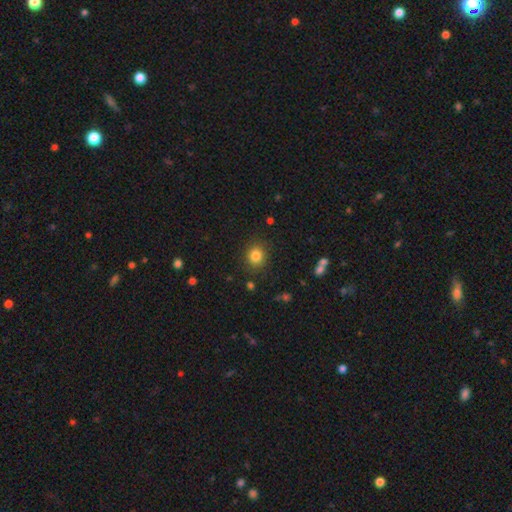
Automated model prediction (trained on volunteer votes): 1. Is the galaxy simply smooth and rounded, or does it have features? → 83% smooth, 12% star or artifact, 5% featured or disk.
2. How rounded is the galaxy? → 82% round, 18% in between, 1% cigar-shaped.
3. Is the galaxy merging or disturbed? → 87% none, 8% minor disturbance, 3% major disturbance, 2% merger.